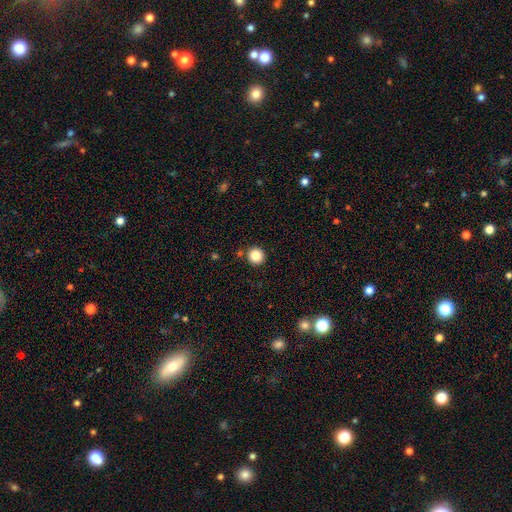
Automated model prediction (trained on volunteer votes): A smooth galaxy with no disk features (85%) that is round (95%).

Vote fractions:
- Smooth or featured? smooth: 85% / star or artifact: 10% / featured or disk: 4%
- How rounded? round: 95% / in between: 4% / cigar-shaped: 1%
- Merging? none: 89% / minor disturbance: 6% / merger: 3% / major disturbance: 2%